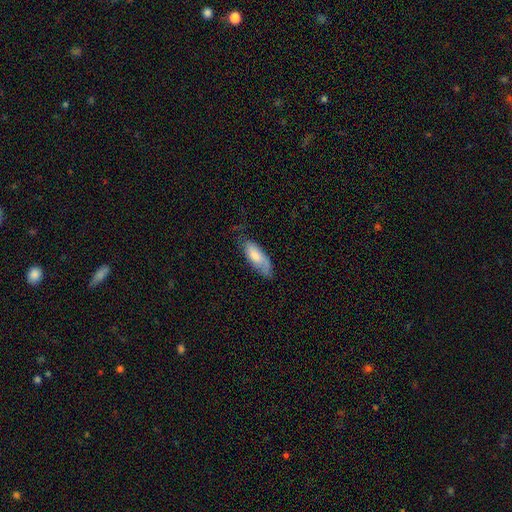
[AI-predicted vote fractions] A smooth galaxy with no disk features (73%) that is in between round and cigar-shaped (76%).

Vote fractions:
- Smooth or featured? smooth: 73% / featured or disk: 22% / star or artifact: 6%
- How rounded? in between: 76% / cigar-shaped: 23% / round: 2%
- Merging? none: 56% / minor disturbance: 31% / major disturbance: 12% / merger: 2%